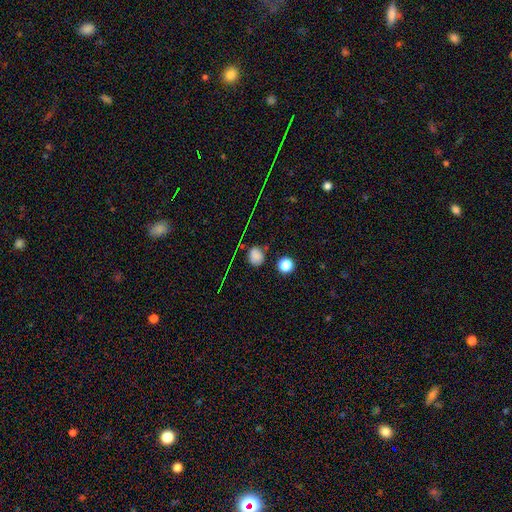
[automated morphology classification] smooth 73%, star or artifact 20%, featured or disk 7%. Down the decision tree: how rounded — round (63%); merging — none (74%).